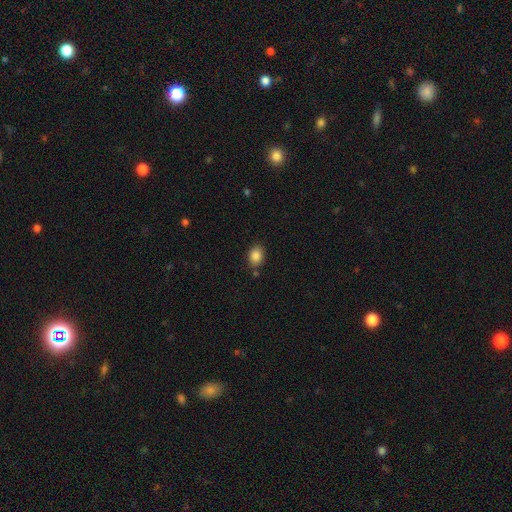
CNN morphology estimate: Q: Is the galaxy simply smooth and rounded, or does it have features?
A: smooth — 86%.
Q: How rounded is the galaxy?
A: in between — 67%.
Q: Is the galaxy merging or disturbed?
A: none — 80%.